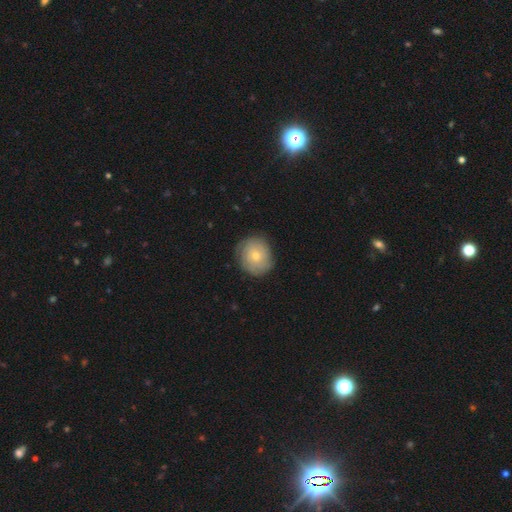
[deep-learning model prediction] A smooth galaxy with no disk features (52%) that is round (81%). Merging: none (80%).